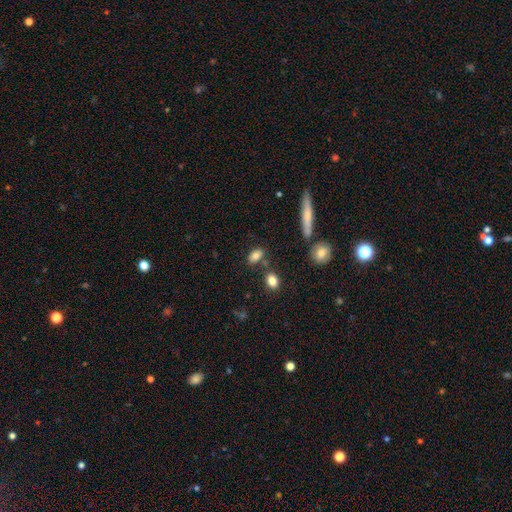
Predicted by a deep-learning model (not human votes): smooth 80%, featured or disk 10%, star or artifact 9%. Down the decision tree: how rounded — in between (84%); merging — none (69%).